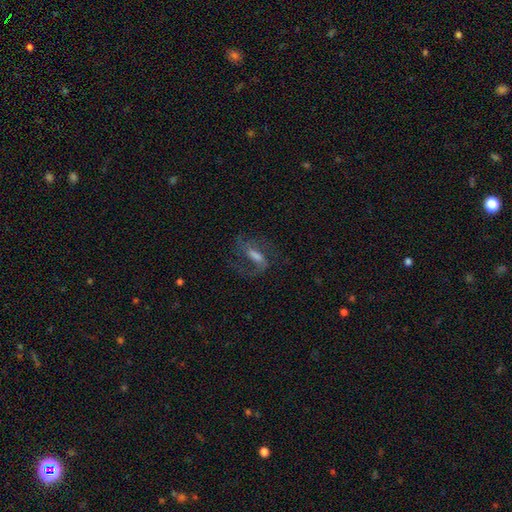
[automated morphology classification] featured or disk 73%, smooth 17%, star or artifact 10%. Down the decision tree: edge-on disk — no (92%); bar — weak (43%); spiral arms — yes (92%); spiral arm count — 2 (80%); spiral winding — medium (48%); bulge size — moderate (39%); merging — none (63%).